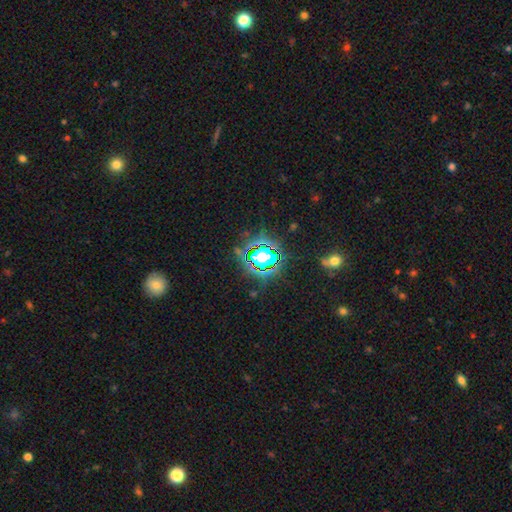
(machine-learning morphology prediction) The model was most divided on "smooth or featured": star or artifact: 78%, smooth: 13%, featured or disk: 8%.